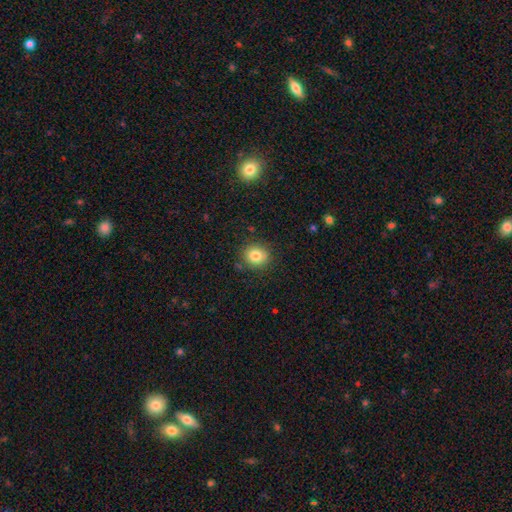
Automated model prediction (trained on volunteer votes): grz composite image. It shows a smooth galaxy with no disk features (81%) that is round (81%). Merging: none (85%).